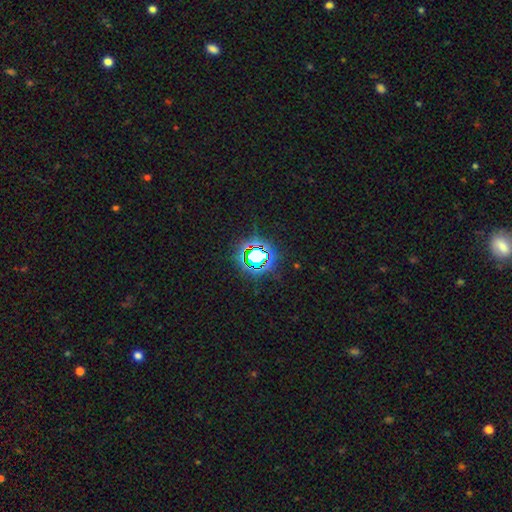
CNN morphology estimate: The model was most divided on "smooth or featured": star or artifact: 74%, smooth: 16%, featured or disk: 10%.